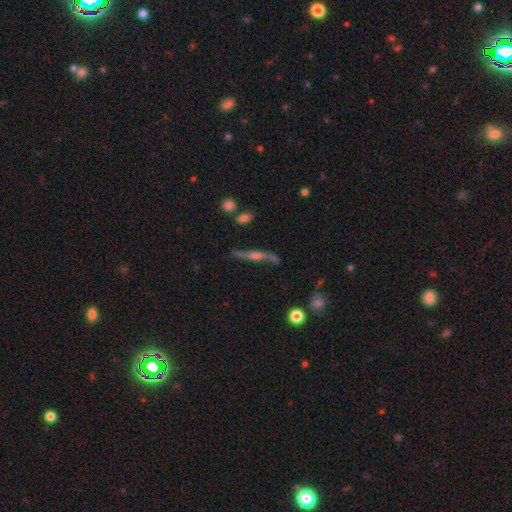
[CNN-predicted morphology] Overall: featured or disk (75%). Edge-on disk: yes (80%). Edge-on bulge: rounded (76%). Merging: none (71%).